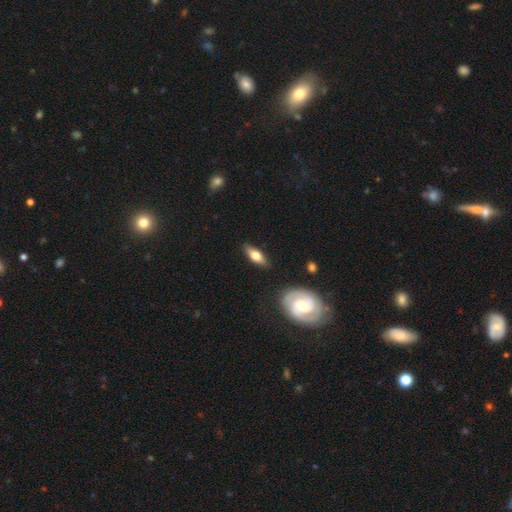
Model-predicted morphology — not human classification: Smooth or featured? smooth (60%)
How rounded? in between (65%)
Merging? none (83%)